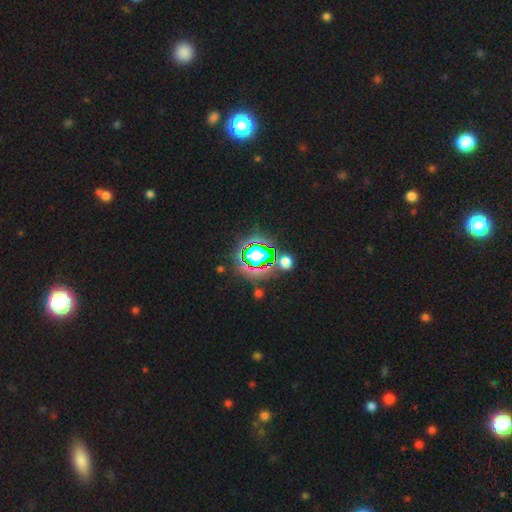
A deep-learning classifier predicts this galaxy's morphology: Smooth or featured: star or artifact — 61% (smooth — 23%)